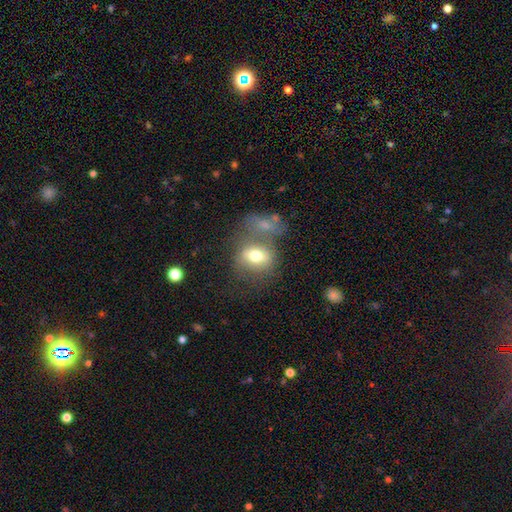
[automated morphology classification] A smooth galaxy with no disk features (62%) that is in between round and cigar-shaped (51%).

Vote fractions:
- Smooth or featured? smooth: 62% / featured or disk: 29% / star or artifact: 9%
- How rounded? in between: 51% / round: 47% / cigar-shaped: 2%
- Merging? none: 43% / merger: 30% / minor disturbance: 15% / major disturbance: 11%